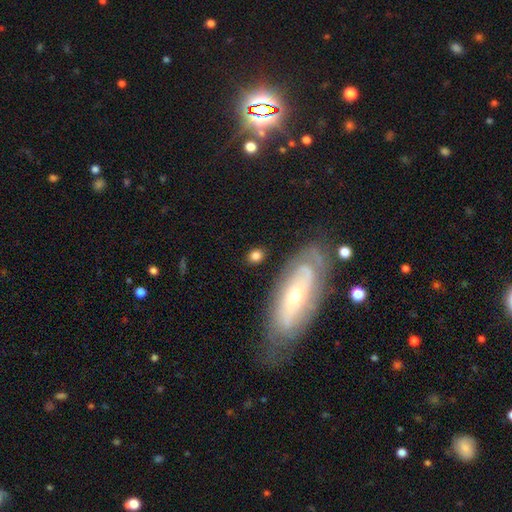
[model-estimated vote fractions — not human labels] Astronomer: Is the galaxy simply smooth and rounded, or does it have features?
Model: smooth — 74%.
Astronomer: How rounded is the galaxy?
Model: round — 48%, tied with in between at 48%.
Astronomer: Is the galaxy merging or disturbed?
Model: none — 78%.